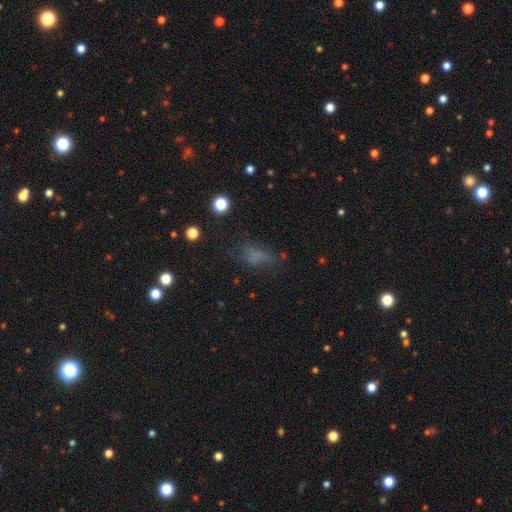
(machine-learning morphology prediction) Smooth or featured: smooth — 63% (star or artifact — 21%)
How rounded: in between — 72% (cigar-shaped — 18%)
Merging: none — 53% (minor disturbance — 24%)